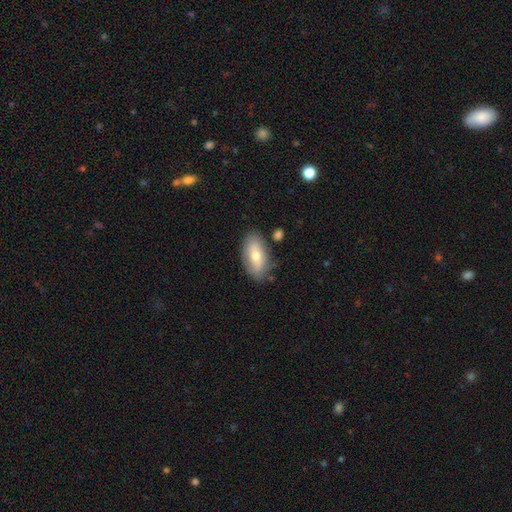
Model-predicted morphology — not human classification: Overall: smooth (65%; featured or disk 29%). How rounded: in between (91%). Merging: none (77%).